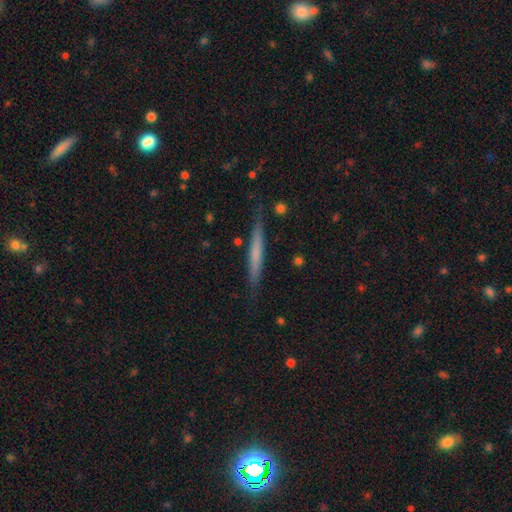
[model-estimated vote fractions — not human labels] This appears to be a smooth galaxy with no disk features (60%) that is cigar-shaped (95%). Merging: none (81%).